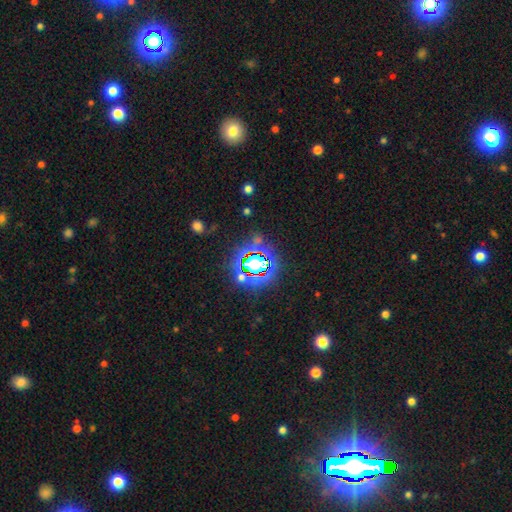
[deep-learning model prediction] smooth-or-featured: star or artifact: 81% | smooth: 11% | featured or disk: 8%